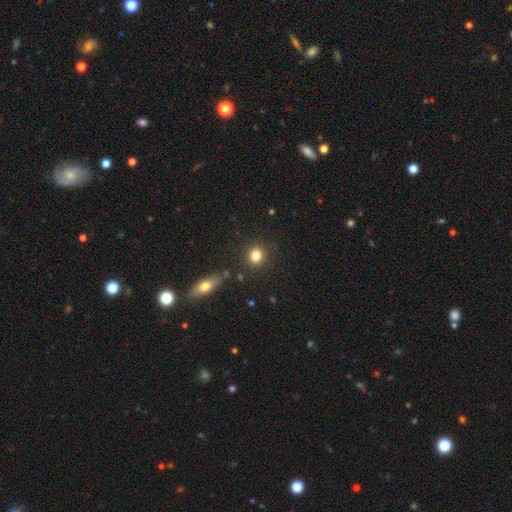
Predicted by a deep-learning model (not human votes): smooth-or-featured: smooth: 83% | star or artifact: 10% | featured or disk: 7%
  how-rounded: round: 77% | in between: 22% | cigar-shaped: 1%
  merging: none: 86% | minor disturbance: 8% | merger: 3% | major disturbance: 3%